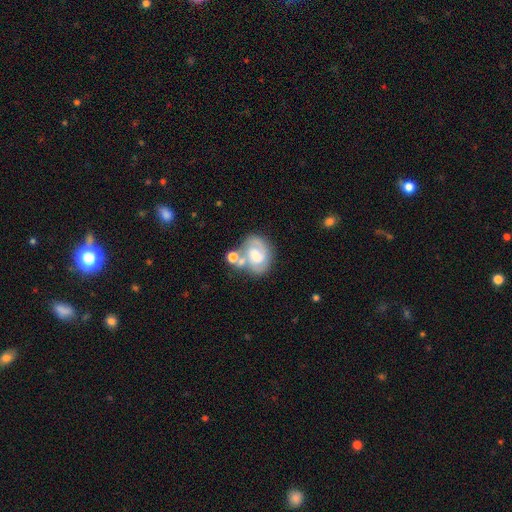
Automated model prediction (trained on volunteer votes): A featured or disk galaxy (62%) with no bar (47%), spiral arms (77%) and a moderate central bulge (40%). Merging: none (43%).